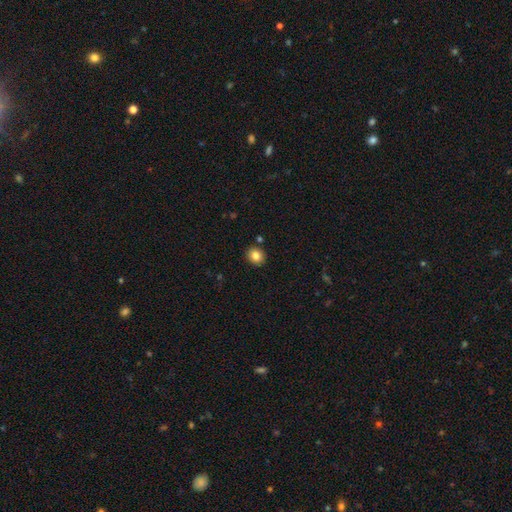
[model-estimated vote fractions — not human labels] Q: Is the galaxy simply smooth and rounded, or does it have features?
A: smooth — 84%.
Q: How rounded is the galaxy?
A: round — 75%.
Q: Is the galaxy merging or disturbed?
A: none — 89%.